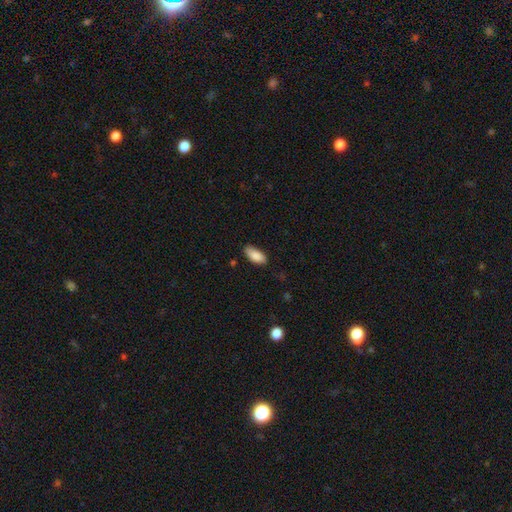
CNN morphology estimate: Smooth or featured: smooth — 88% (star or artifact — 6%)
How rounded: in between — 90% (cigar-shaped — 8%)
Merging: none — 77% (minor disturbance — 19%)